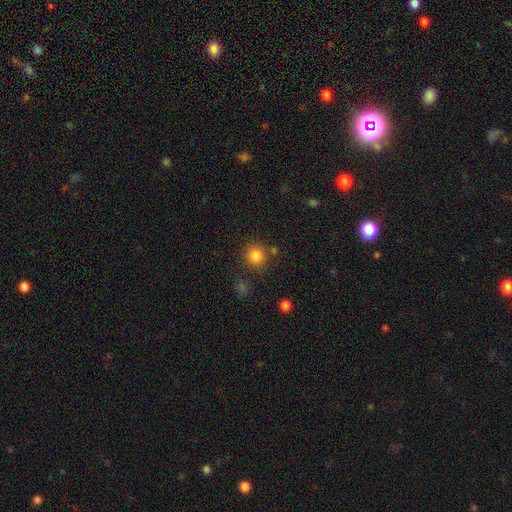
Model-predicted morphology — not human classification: Smooth or featured: smooth — 83% (star or artifact — 12%)
How rounded: round — 91% (in between — 8%)
Merging: none — 78% (minor disturbance — 10%)